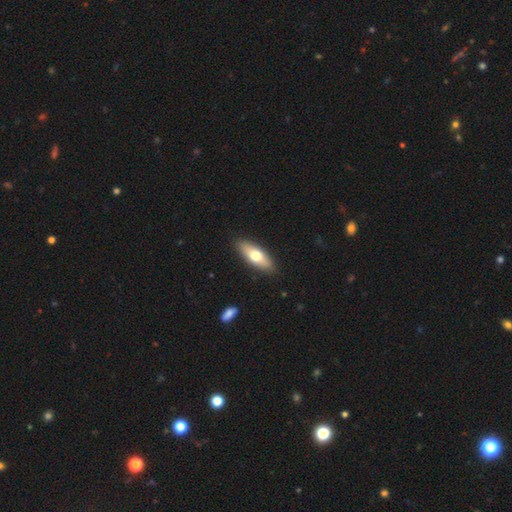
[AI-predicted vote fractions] Overall: smooth (63%; featured or disk 31%). How rounded: in between (60%; cigar-shaped 37%). Merging: none (88%).